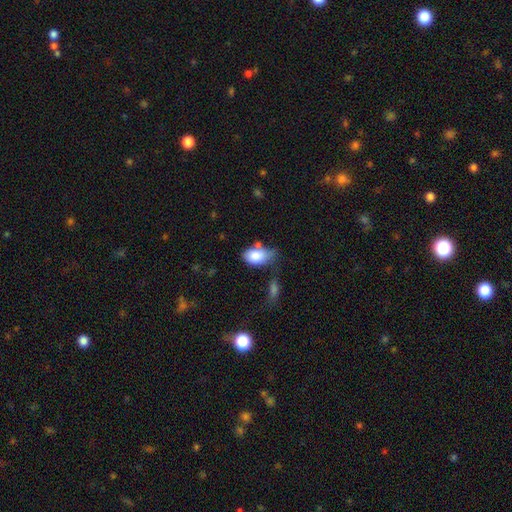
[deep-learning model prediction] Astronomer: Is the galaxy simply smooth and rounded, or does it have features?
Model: smooth — 82%.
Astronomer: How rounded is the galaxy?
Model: in between — 90%.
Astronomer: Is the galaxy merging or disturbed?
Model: none — 39% (runner-up: minor disturbance, 32%).